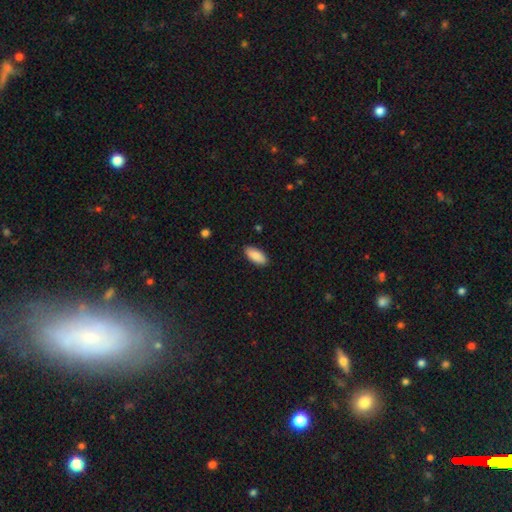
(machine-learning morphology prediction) Smooth or featured?
  - smooth: 88% *
  - star or artifact: 6%
  - featured or disk: 6%
How rounded?
  - in between: 88% *
  - cigar-shaped: 11%
  - round: 2%
Merging?
  - none: 88% *
  - minor disturbance: 9%
  - major disturbance: 2%
  - merger: 1%